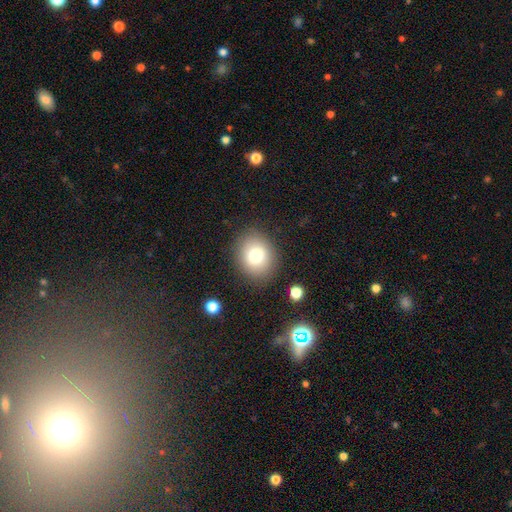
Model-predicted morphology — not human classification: This is likely a smooth galaxy (78%). How rounded: possibly round (60%). Merging: clearly none (85%).